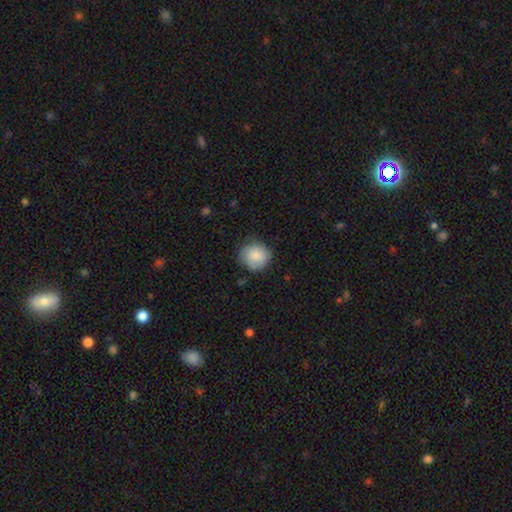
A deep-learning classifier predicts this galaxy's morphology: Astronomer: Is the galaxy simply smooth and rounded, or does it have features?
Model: smooth — 80%.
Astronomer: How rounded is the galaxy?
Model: round — 87%.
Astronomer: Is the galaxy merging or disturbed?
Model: none — 71%.